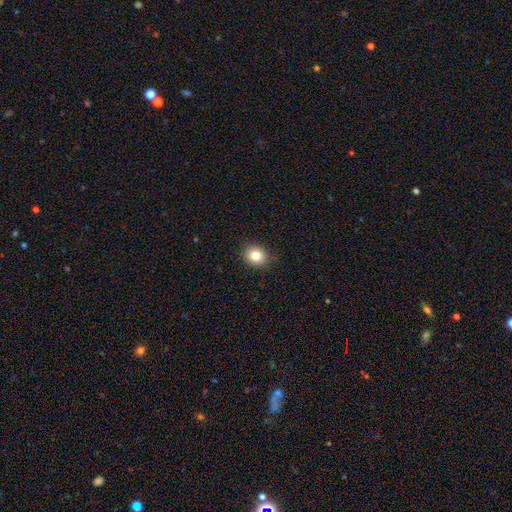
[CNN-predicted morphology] smooth_or_featured: smooth (p=0.82) [alt: star or artifact p=0.10]
how_rounded: round (p=0.72) [alt: in between p=0.27]
merging: none (p=0.89) [alt: minor disturbance p=0.08]